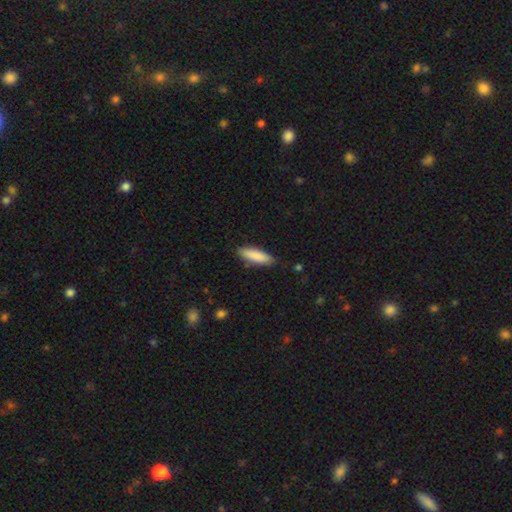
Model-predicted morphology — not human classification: Smooth or featured? smooth (88%)
How rounded? cigar-shaped (54%)
Merging? none (85%)